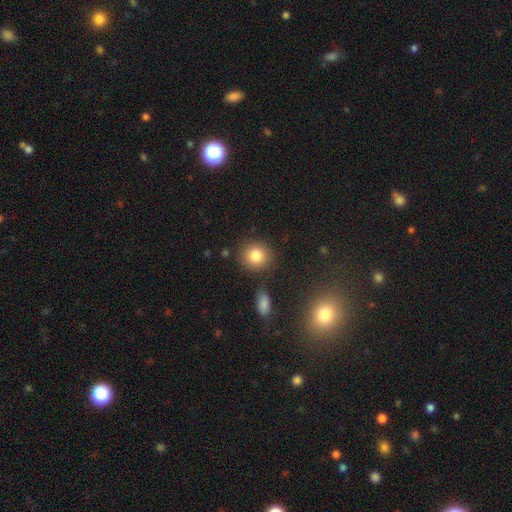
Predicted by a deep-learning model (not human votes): The model was most divided on "how rounded": round: 85%, in between: 14%, cigar-shaped: 1%. More confident: smooth or featured — smooth (84%); merging — none (83%).